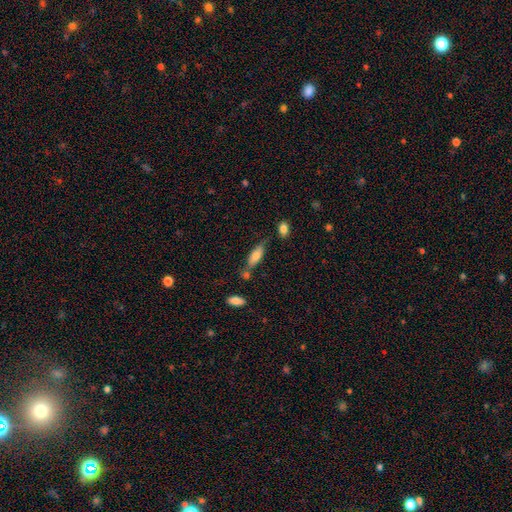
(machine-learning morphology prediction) smooth_or_featured: smooth (p=0.72) [alt: featured or disk p=0.21]
how_rounded: in between (p=0.58) [alt: cigar-shaped p=0.40]
merging: none (p=0.63) [alt: minor disturbance p=0.20]